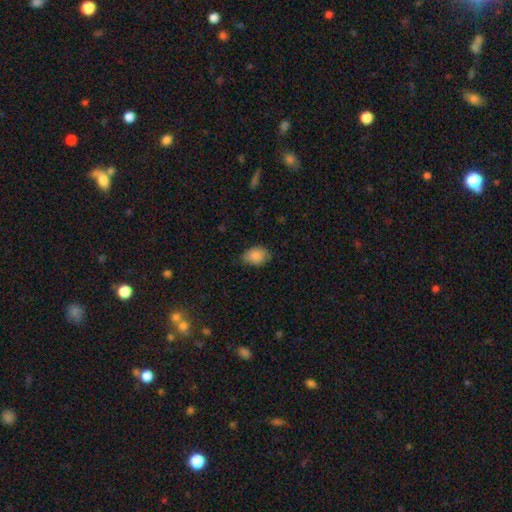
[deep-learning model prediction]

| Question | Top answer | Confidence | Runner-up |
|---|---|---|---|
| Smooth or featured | smooth | 87% | star or artifact (7%) |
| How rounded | in between | 75% | round (24%) |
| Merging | none | 68% | minor disturbance (26%) |